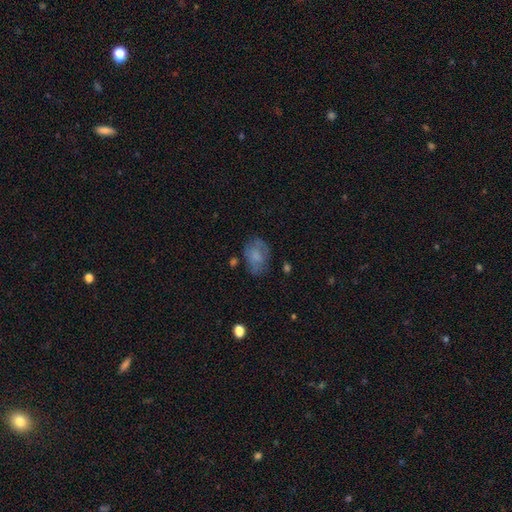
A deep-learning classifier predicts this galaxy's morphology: Overall: smooth (66%). How rounded: in between (75%). Merging: none (60%; minor disturbance 25%).